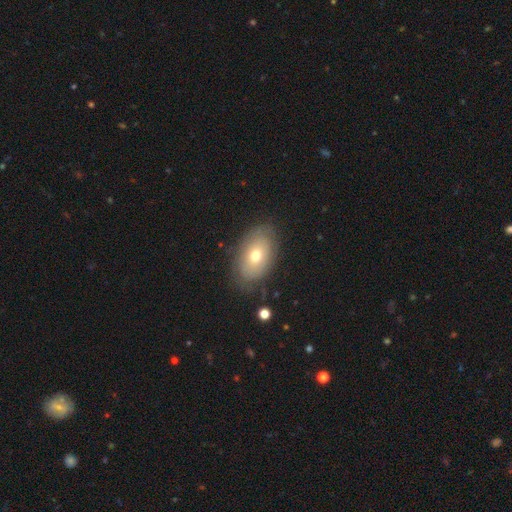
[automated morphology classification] Smooth or featured: smooth — 64% (featured or disk — 27%)
How rounded: in between — 88% (round — 10%)
Merging: none — 80% (minor disturbance — 15%)